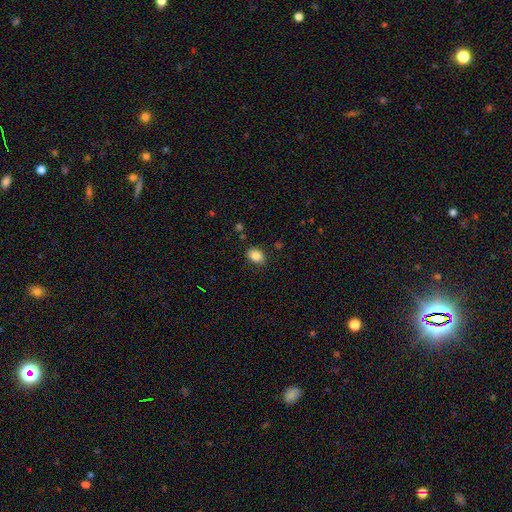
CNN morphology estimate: smooth_or_featured: smooth (p=0.87) [alt: star or artifact p=0.09]
how_rounded: in between (p=0.70) [alt: round p=0.29]
merging: none (p=0.85) [alt: minor disturbance p=0.11]